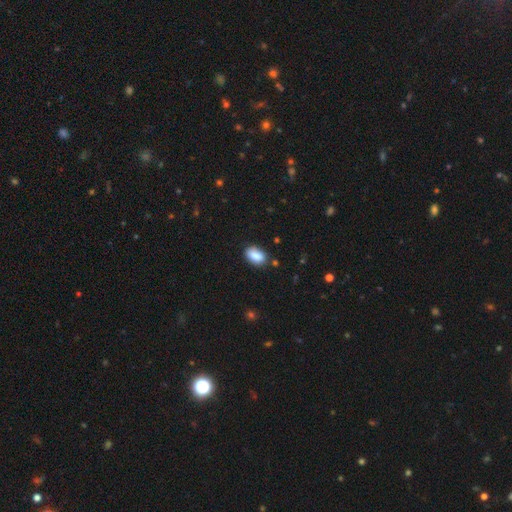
Smooth or featured? smooth (89%)
How rounded? in between (94%)
Merging? none (83%)